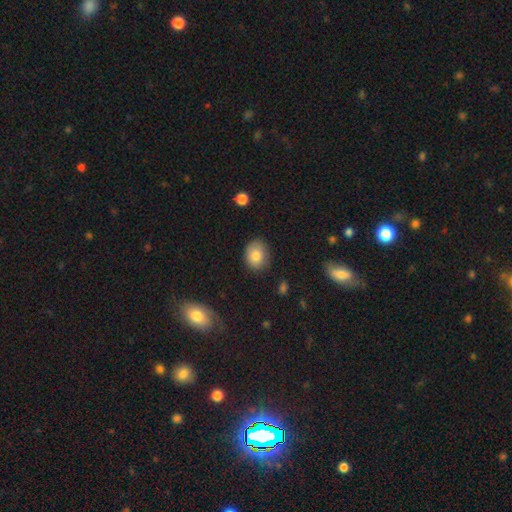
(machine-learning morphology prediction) Smooth or featured?
  - smooth: 81% *
  - featured or disk: 10%
  - star or artifact: 9%
How rounded?
  - round: 54% *
  - in between: 45%
  - cigar-shaped: 1%
Merging?
  - none: 80% *
  - minor disturbance: 16%
  - major disturbance: 3%
  - merger: 1%